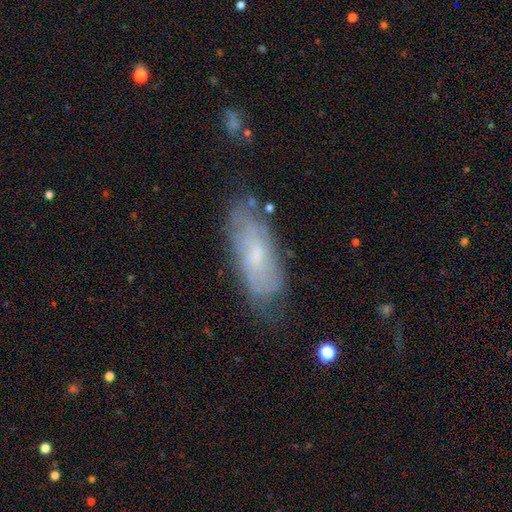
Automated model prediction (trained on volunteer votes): Morphology: type=smooth (48%); merging=none (69%).